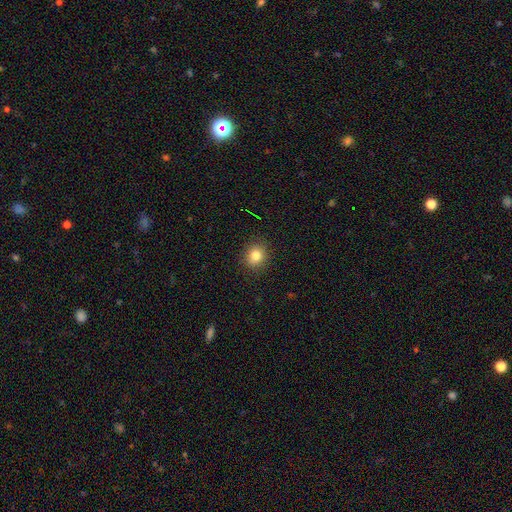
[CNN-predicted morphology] A smooth galaxy with no disk features (81%) that is round (77%). Merging: none (89%).